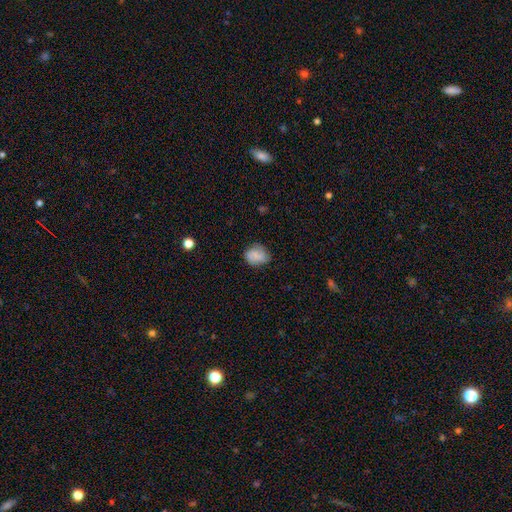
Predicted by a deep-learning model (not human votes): Overall: smooth (76%). How rounded: round (51%; in between 48%). Merging: none (66%).